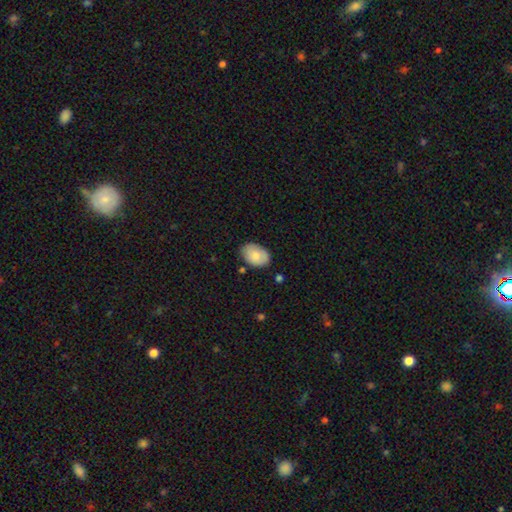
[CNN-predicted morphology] Smooth or featured? smooth (80%)
How rounded? in between (87%)
Merging? none (78%)